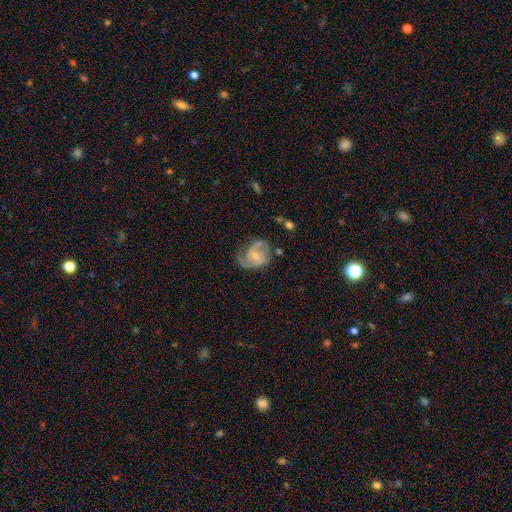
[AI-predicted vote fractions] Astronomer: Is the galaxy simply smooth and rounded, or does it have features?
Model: featured or disk — 83%.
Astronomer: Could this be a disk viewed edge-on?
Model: no — 98%.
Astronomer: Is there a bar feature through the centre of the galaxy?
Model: weak — 46% (runner-up: no, 44%).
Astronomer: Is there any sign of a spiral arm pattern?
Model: yes — 95%.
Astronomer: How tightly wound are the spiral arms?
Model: medium — 52% (runner-up: tight, 27%).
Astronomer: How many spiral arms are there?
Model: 2 — 75%.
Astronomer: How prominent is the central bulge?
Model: small — 56% (runner-up: moderate, 33%).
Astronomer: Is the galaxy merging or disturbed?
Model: none — 58%.